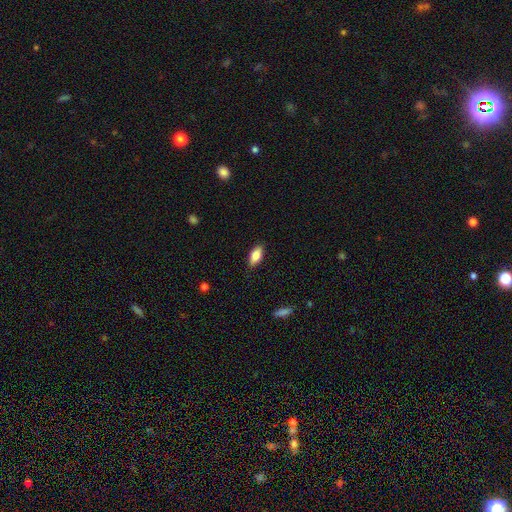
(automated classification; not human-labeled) Smooth or featured: smooth — 81% (featured or disk — 13%)
How rounded: in between — 86% (cigar-shaped — 12%)
Merging: none — 86% (minor disturbance — 10%)